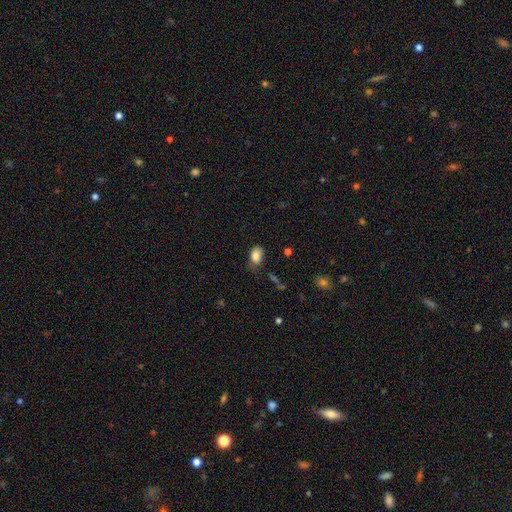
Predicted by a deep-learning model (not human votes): Smooth or featured? smooth (85%)
How rounded? in between (87%)
Merging? none (55%)